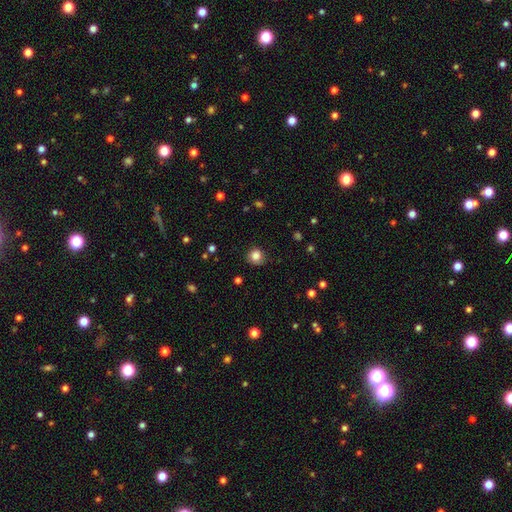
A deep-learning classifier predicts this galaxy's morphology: The model was most divided on "merging": none: 82%, minor disturbance: 13%, major disturbance: 3%, merger: 1%. More confident: how rounded — round (89%); smooth or featured — smooth (83%).